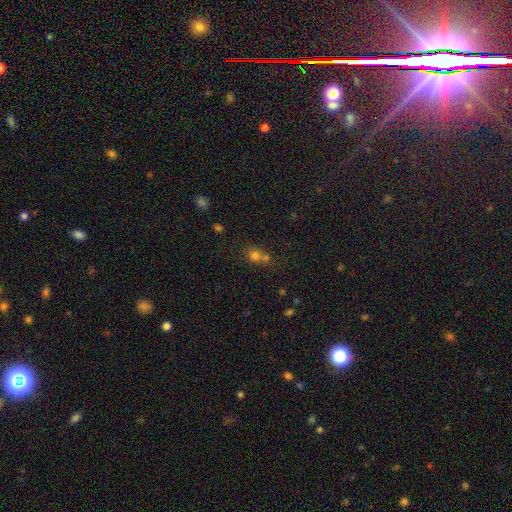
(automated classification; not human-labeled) Smooth or featured? Predicted: smooth (p=0.66). How rounded? Predicted: round (p=0.78). Merging? Predicted: merger (p=0.45).